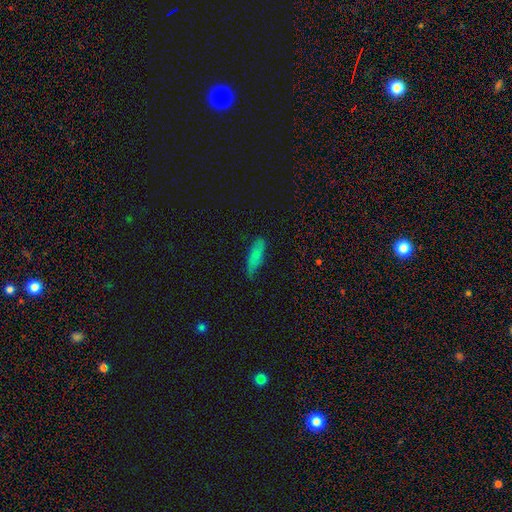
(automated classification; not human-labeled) Overall: smooth (80%). How rounded: cigar-shaped (53%; in between 45%). Merging: none (72%).